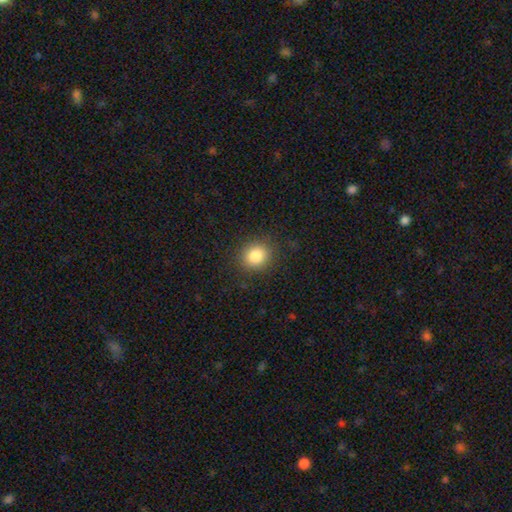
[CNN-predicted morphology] type=smooth (84%); roundness=round (83%); merging=none (89%).